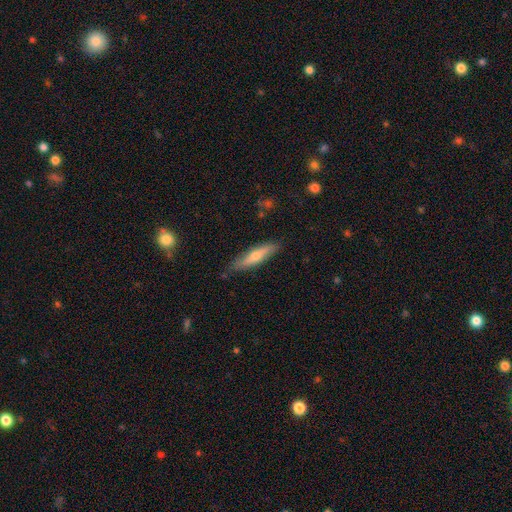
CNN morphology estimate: Q: Smooth or featured?
A: smooth (54%); runner-up: featured or disk (40%)
Q: How rounded?
A: cigar-shaped (78%); runner-up: in between (20%)
Q: Merging?
A: none (82%); runner-up: minor disturbance (14%)